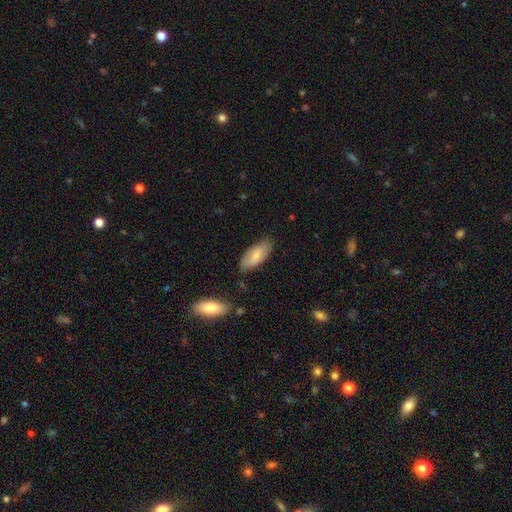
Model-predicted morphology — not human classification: smooth-or-featured: smooth: 76% | featured or disk: 18% | star or artifact: 6%
  how-rounded: in between: 85% | cigar-shaped: 14% | round: 2%
  merging: none: 79% | minor disturbance: 16% | major disturbance: 3% | merger: 2%